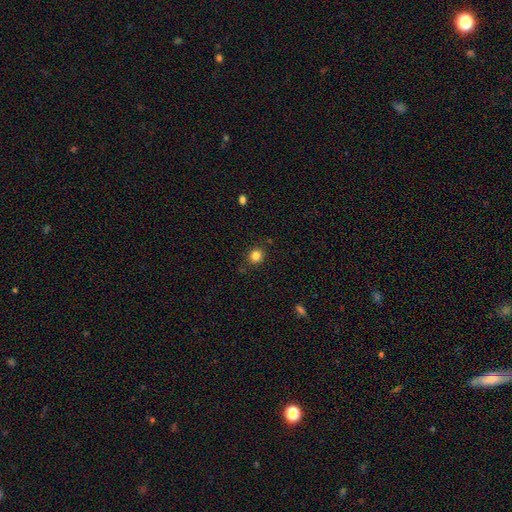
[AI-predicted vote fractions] Smooth or featured? Predicted: smooth (p=0.83). How rounded? Predicted: round (p=0.83). Merging? Predicted: none (p=0.86).